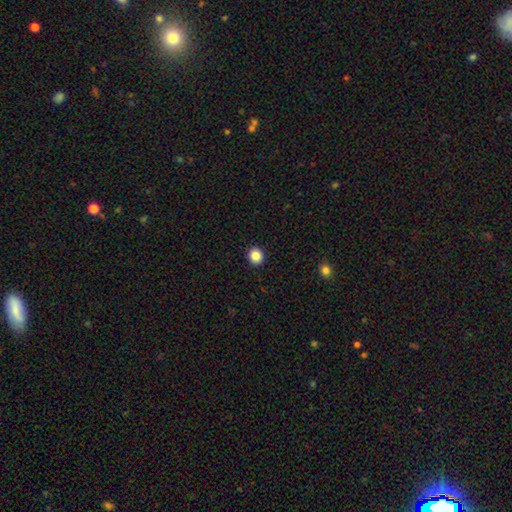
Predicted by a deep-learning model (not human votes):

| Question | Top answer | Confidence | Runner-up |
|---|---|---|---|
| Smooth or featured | smooth | 86% | star or artifact (10%) |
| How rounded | round | 84% | in between (15%) |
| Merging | none | 93% | minor disturbance (5%) |